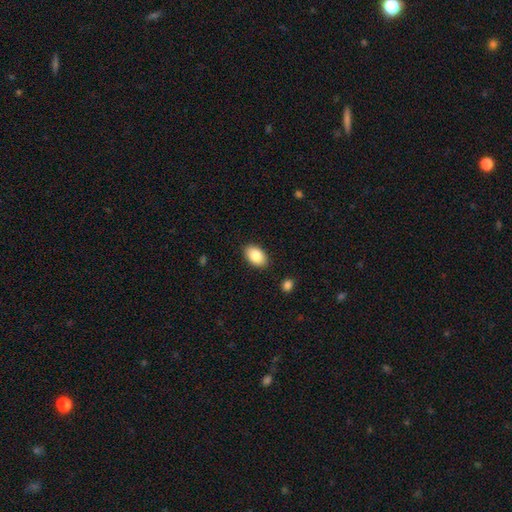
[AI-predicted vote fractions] This appears to be a smooth galaxy with no disk features (86%) that is in between round and cigar-shaped (92%). Merging: none (88%).